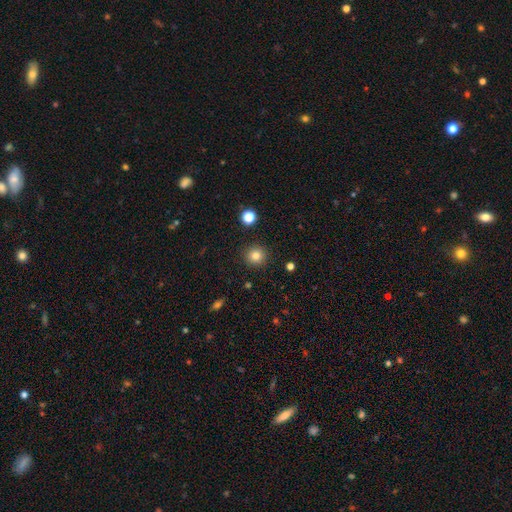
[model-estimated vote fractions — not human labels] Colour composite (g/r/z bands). It shows a smooth galaxy with no disk features (82%) that is round (94%). Merging: none (92%).